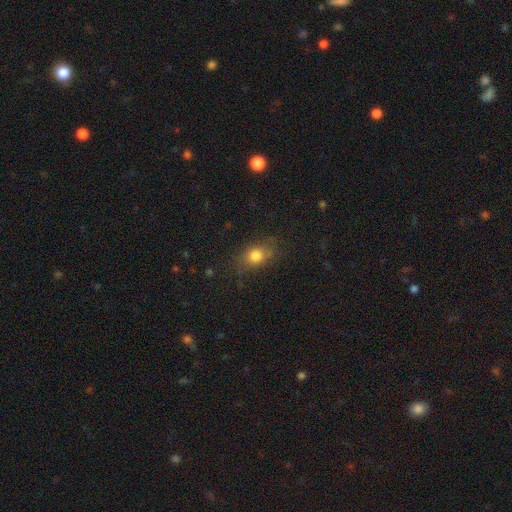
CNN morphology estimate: type=smooth (78%); roundness=in between (56%); merging=none (74%).